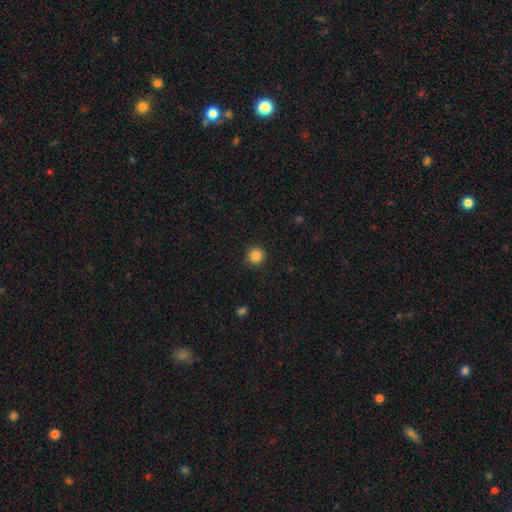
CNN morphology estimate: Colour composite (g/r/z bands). It shows a smooth galaxy with no disk features (86%) that is round (95%). Merging: none (92%).